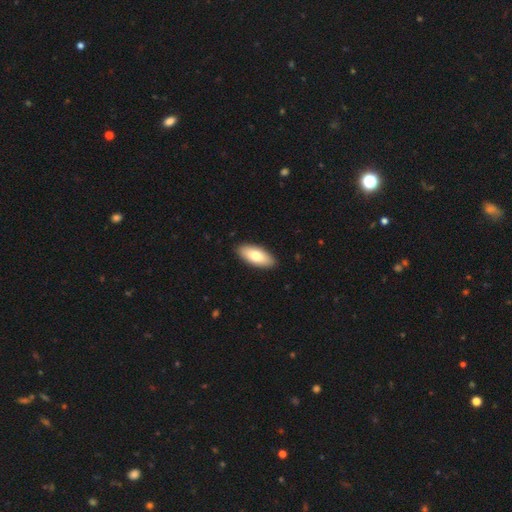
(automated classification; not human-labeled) Q: Smooth or featured?
A: smooth (77%); runner-up: featured or disk (17%)
Q: How rounded?
A: in between (87%); runner-up: cigar-shaped (11%)
Q: Merging?
A: none (90%); runner-up: minor disturbance (7%)